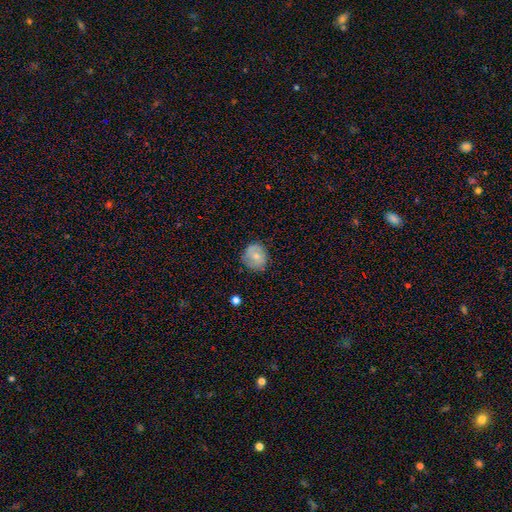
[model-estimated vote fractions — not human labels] Smooth or featured? smooth (59%)
How rounded? round (81%)
Merging? none (77%)